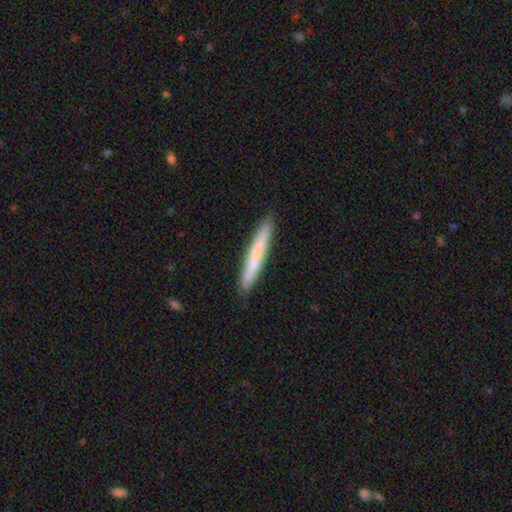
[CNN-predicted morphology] This appears to be a smooth galaxy with no disk features (65%) that is cigar-shaped (96%). Merging: none (90%).